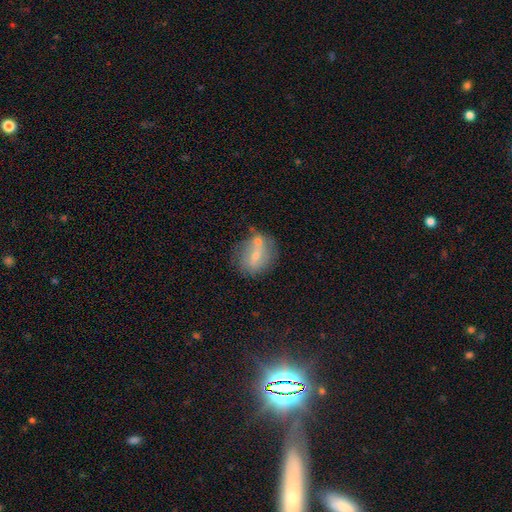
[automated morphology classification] A smooth galaxy with no disk features (53%) that is round (50%). Merging: none (46%).